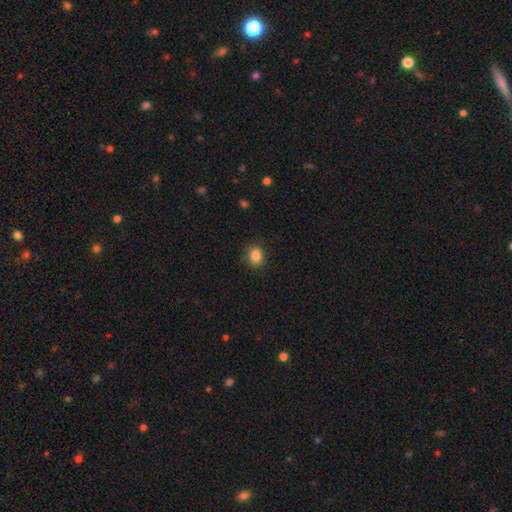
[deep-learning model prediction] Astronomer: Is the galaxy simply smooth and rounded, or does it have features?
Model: smooth — 86%.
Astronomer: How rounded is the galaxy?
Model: round — 59% (runner-up: in between, 40%).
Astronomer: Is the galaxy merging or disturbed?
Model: none — 85%.